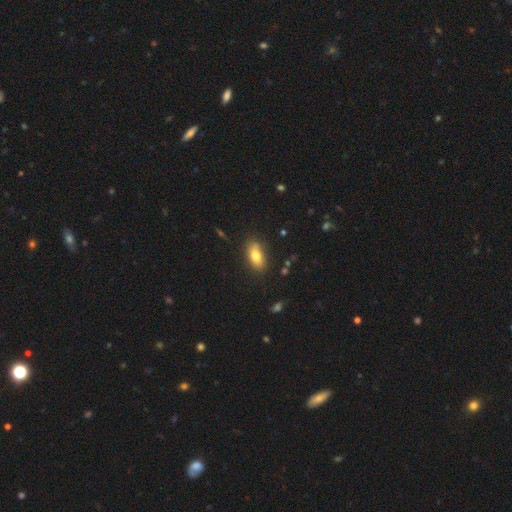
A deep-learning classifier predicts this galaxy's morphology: smooth_or_featured: smooth (p=0.77) [alt: featured or disk p=0.15]
how_rounded: in between (p=0.85) [alt: cigar-shaped p=0.11]
merging: none (p=0.82) [alt: minor disturbance p=0.13]